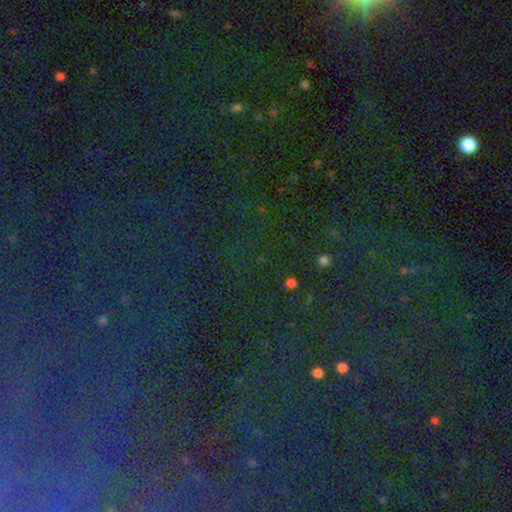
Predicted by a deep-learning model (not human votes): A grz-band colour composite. It shows a star or artifact, not a galaxy (83%).